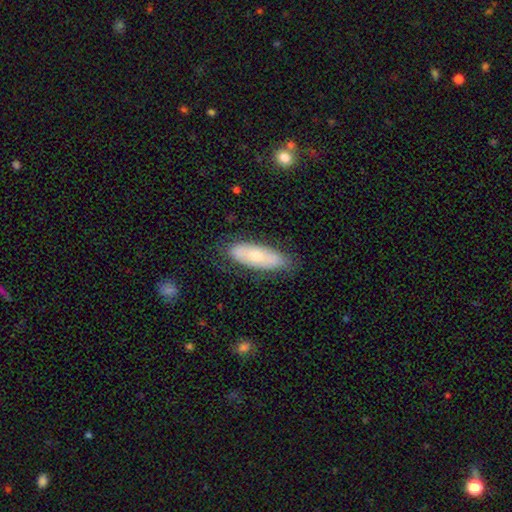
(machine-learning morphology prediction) Smooth or featured? Predicted: smooth (p=0.59). How rounded? Predicted: in between (p=0.68). Merging? Predicted: none (p=0.76).